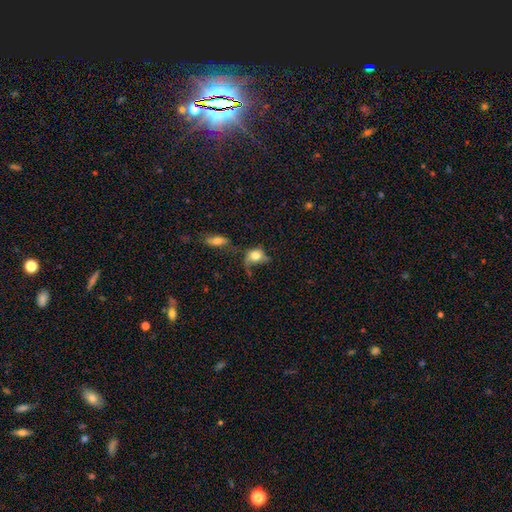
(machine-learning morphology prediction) Smooth or featured? Predicted: smooth (p=0.68). How rounded? Predicted: in between (p=0.53). Merging? Predicted: major disturbance (p=0.39).